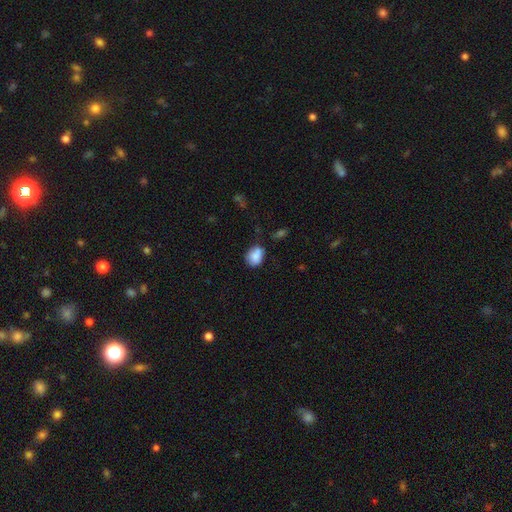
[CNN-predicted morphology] Smooth or featured: smooth — 82% (featured or disk — 9%)
How rounded: in between — 57% (round — 42%)
Merging: none — 50% (minor disturbance — 32%)